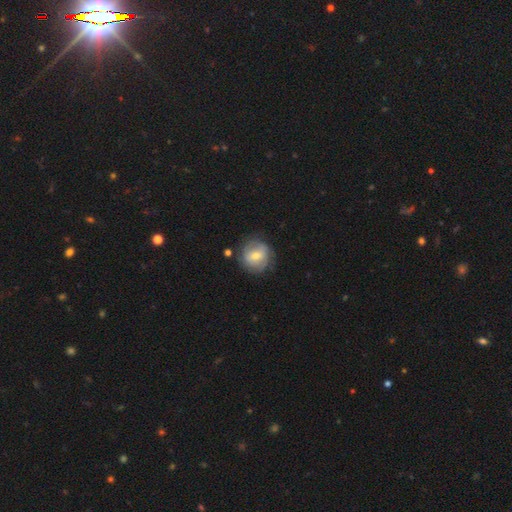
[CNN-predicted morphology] A smooth galaxy with no disk features (50%) that is round (86%).

Vote fractions:
- Smooth or featured? smooth: 50% / featured or disk: 42% / star or artifact: 7%
- How rounded? round: 86% / in between: 13% / cigar-shaped: 1%
- Merging? none: 72% / minor disturbance: 18% / major disturbance: 7% / merger: 3%